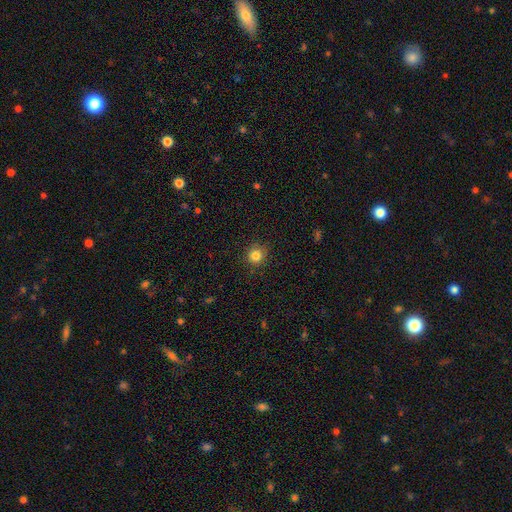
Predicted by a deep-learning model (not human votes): smooth 83%, star or artifact 12%, featured or disk 5%. Down the decision tree: how rounded — round (93%); merging — none (89%).